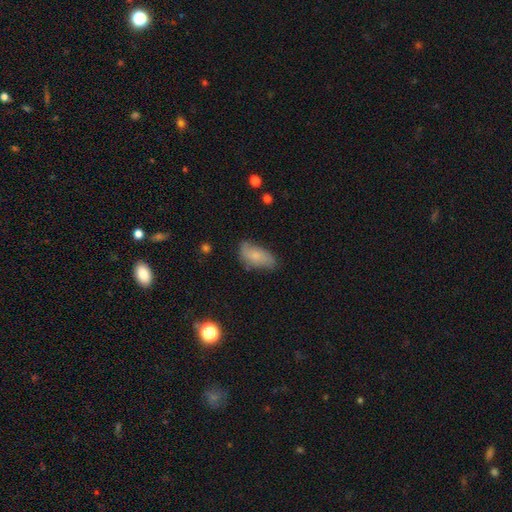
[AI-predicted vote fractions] This appears to be a smooth galaxy with no disk features (68%) that is in between round and cigar-shaped (89%). Merging: none (59%).